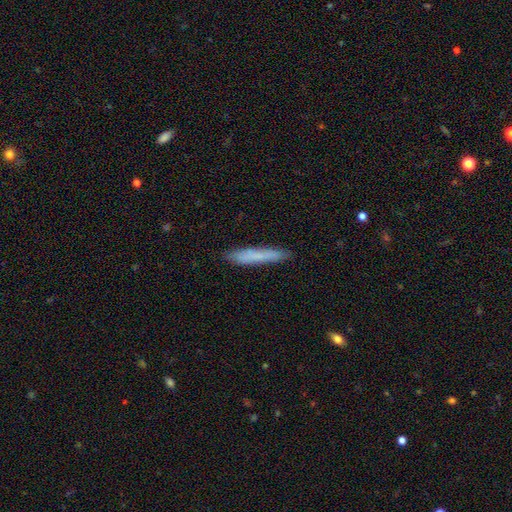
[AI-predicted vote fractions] This is likely a smooth galaxy (74%). How rounded: clearly cigar-shaped (95%). Merging: clearly none (88%).